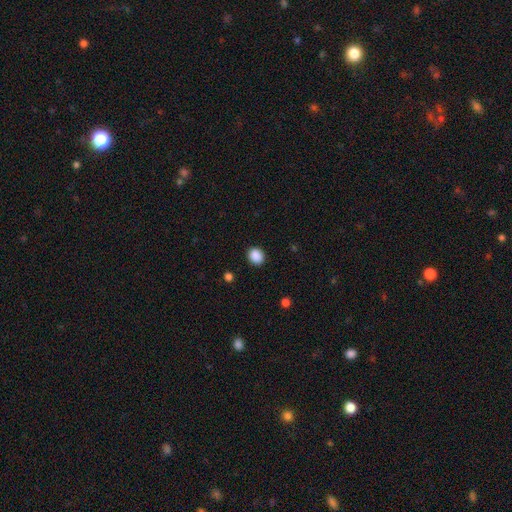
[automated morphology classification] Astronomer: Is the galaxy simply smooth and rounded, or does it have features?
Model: smooth — 89%.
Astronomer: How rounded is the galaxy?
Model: round — 63%.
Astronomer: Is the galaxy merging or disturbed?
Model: none — 90%.